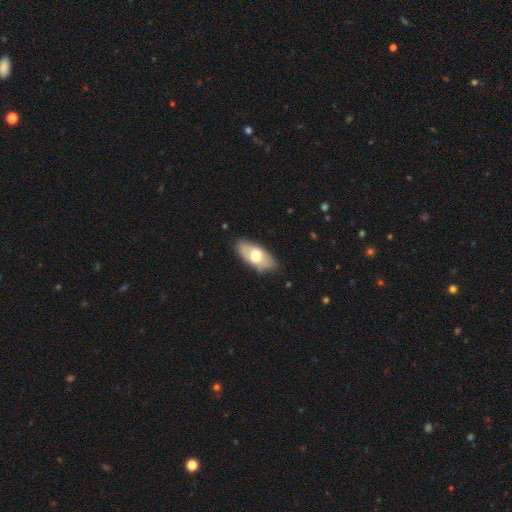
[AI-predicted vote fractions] A smooth galaxy with no disk features (62%) that is in between round and cigar-shaped (88%).

Vote fractions:
- Smooth or featured? smooth: 62% / featured or disk: 32% / star or artifact: 6%
- How rounded? in between: 88% / cigar-shaped: 8% / round: 3%
- Merging? none: 81% / minor disturbance: 15% / major disturbance: 3% / merger: 1%